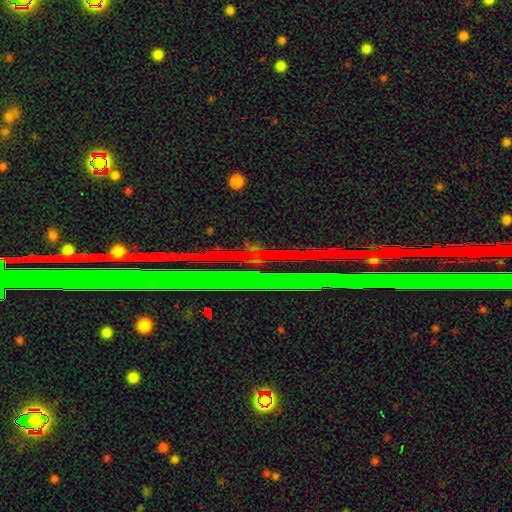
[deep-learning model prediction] Smooth or featured?
  - star or artifact: 78% *
  - featured or disk: 13%
  - smooth: 9%